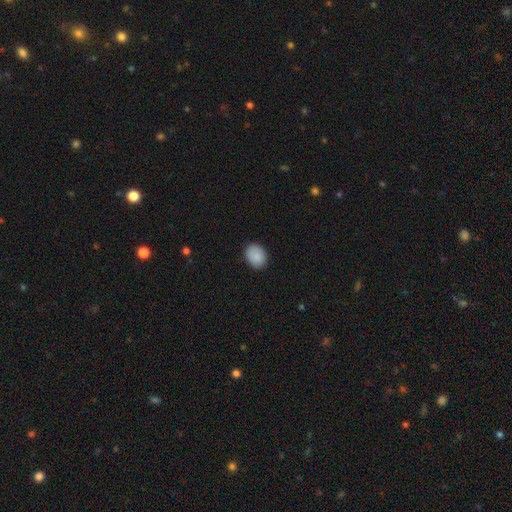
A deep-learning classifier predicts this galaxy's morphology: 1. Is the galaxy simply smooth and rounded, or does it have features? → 89% smooth, 7% star or artifact, 4% featured or disk.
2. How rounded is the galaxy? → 65% in between, 34% round, 1% cigar-shaped.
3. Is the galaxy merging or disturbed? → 87% none, 10% minor disturbance, 2% major disturbance, 1% merger.